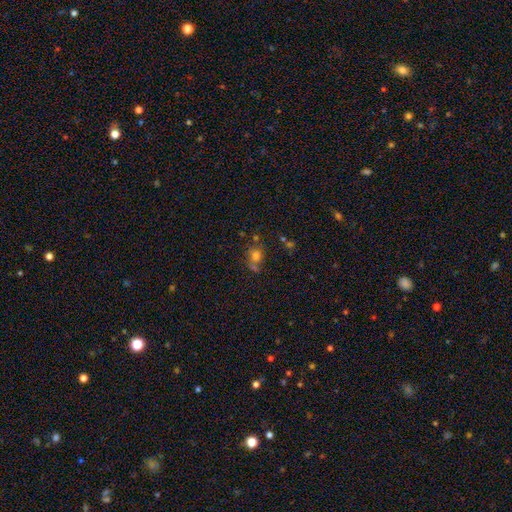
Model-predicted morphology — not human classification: smooth-or-featured: smooth: 69% | star or artifact: 19% | featured or disk: 12%
  how-rounded: round: 63% | in between: 35% | cigar-shaped: 1%
  merging: none: 51% | merger: 26% | minor disturbance: 15% | major disturbance: 8%